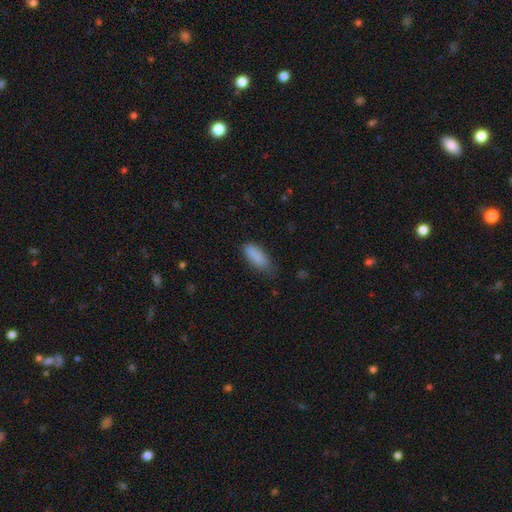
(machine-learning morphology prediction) Smooth or featured? smooth (87%)
How rounded? in between (73%)
Merging? none (60%)